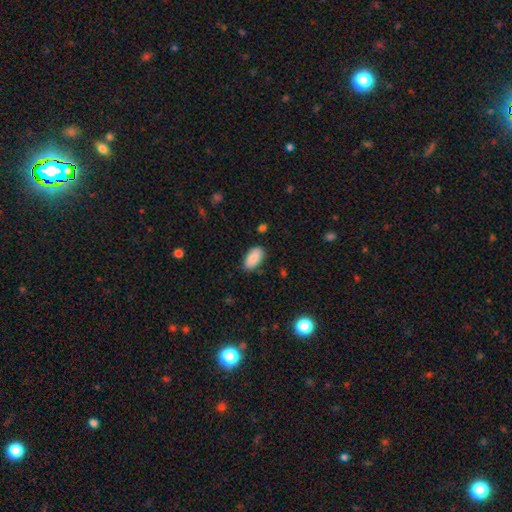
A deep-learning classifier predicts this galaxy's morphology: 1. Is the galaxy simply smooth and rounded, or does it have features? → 87% smooth, 7% featured or disk, 7% star or artifact.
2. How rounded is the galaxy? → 94% in between, 4% cigar-shaped, 2% round.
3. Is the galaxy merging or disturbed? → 84% none, 12% minor disturbance, 2% major disturbance, 1% merger.